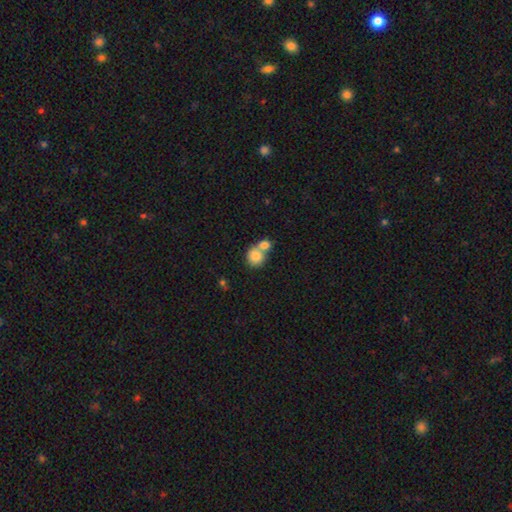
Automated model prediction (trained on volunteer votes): Smooth or featured? Predicted: smooth (p=0.81). How rounded? Predicted: round (p=0.80). Merging? Predicted: merger (p=0.58).